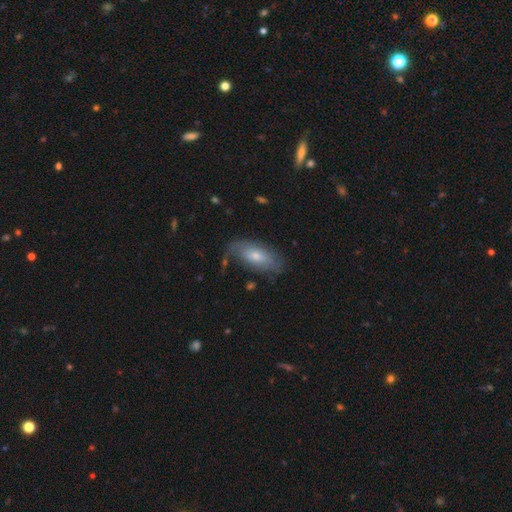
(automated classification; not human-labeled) Overall: smooth (50%; featured or disk 42%). Merging: none (62%; minor disturbance 23%).